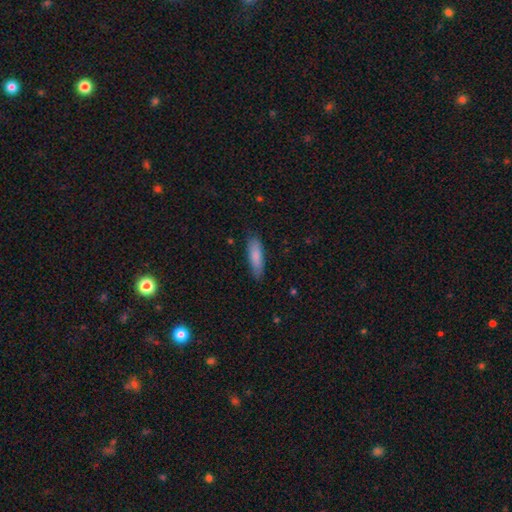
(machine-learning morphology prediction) This is clearly a smooth galaxy (84%). How rounded: possibly cigar-shaped (58%). Merging: clearly none (82%).